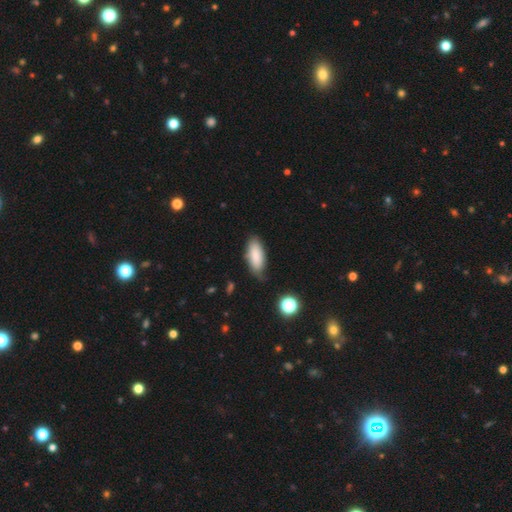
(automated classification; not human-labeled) Morphology: type=smooth (83%); roundness=in between (83%); merging=none (67%).